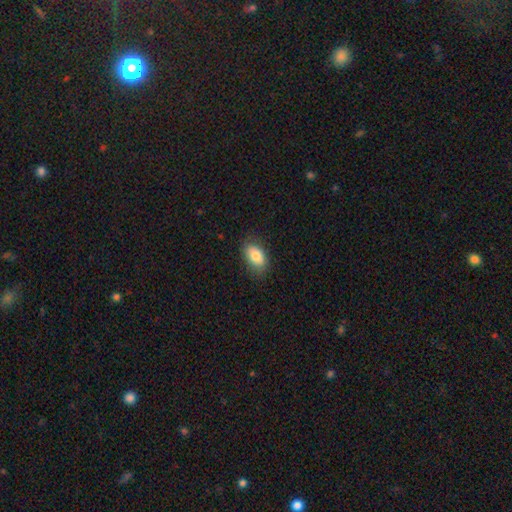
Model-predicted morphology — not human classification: Smooth or featured? smooth (82%)
How rounded? in between (89%)
Merging? none (82%)